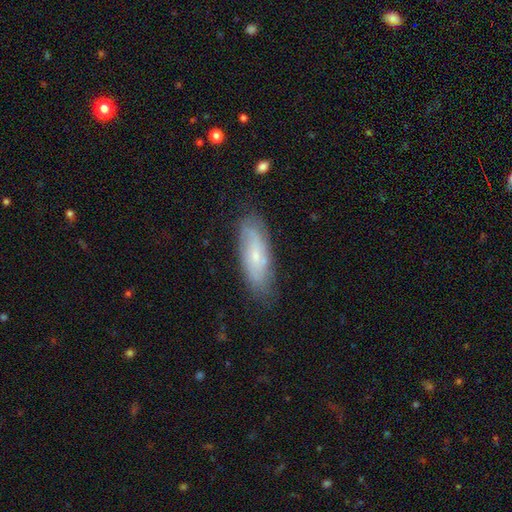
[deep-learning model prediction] Smooth or featured: featured or disk — 48% (smooth — 44%)
Merging: none — 76% (minor disturbance — 18%)